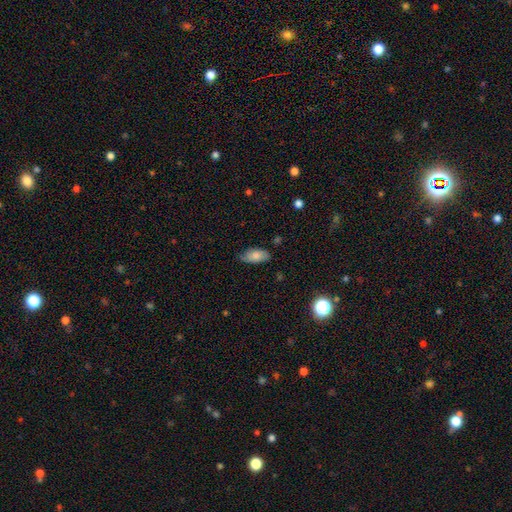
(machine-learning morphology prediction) Smooth or featured?
  - smooth: 78% *
  - featured or disk: 15%
  - star or artifact: 7%
How rounded?
  - in between: 91% *
  - cigar-shaped: 6%
  - round: 3%
Merging?
  - none: 72% *
  - minor disturbance: 23%
  - major disturbance: 4%
  - merger: 1%